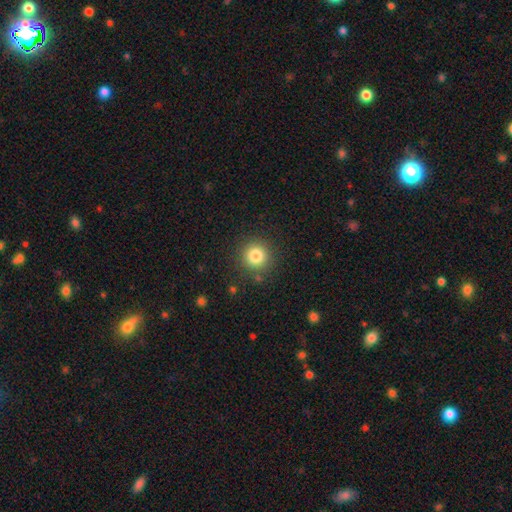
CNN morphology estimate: Smooth or featured? Predicted: smooth (p=0.82). How rounded? Predicted: round (p=0.94). Merging? Predicted: none (p=0.88).